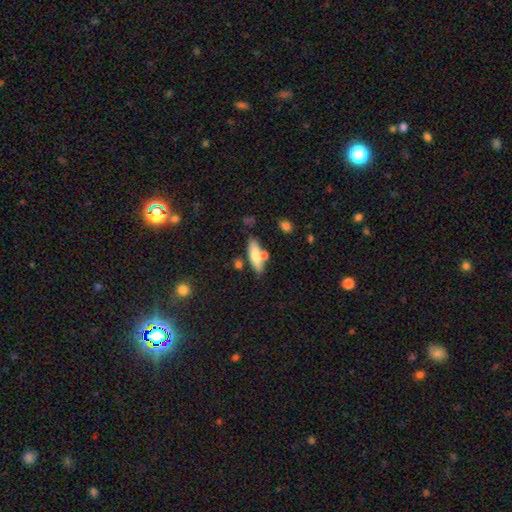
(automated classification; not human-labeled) smooth 68%, featured or disk 25%, star or artifact 7%. Down the decision tree: how rounded — cigar-shaped (54%); merging — none (67%).